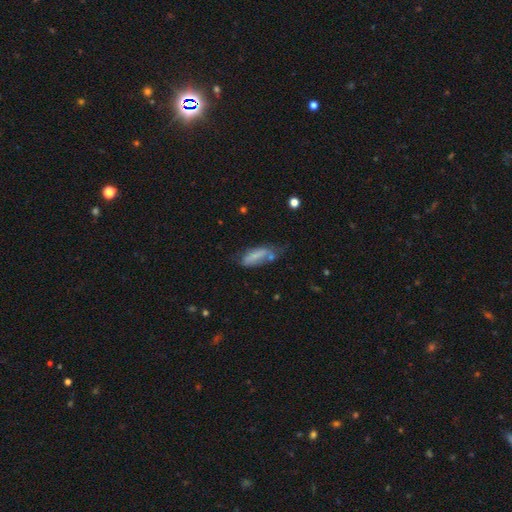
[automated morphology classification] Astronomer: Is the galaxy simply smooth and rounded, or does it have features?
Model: smooth — 68%.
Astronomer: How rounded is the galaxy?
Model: in between — 61% (runner-up: cigar-shaped, 37%).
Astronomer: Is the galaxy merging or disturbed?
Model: none — 37% (runner-up: minor disturbance, 34%).